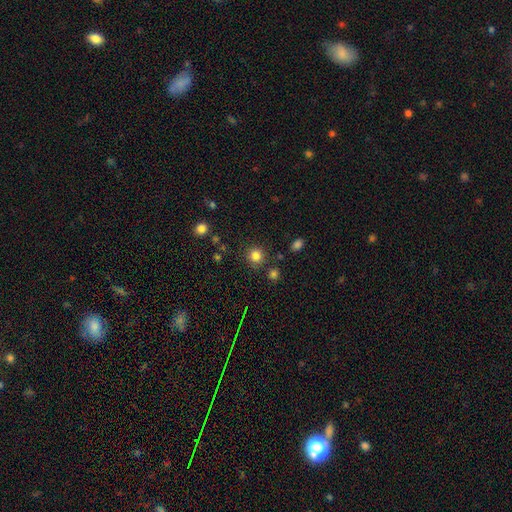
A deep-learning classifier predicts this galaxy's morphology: Q: Smooth or featured?
A: smooth (83%); runner-up: star or artifact (13%)
Q: How rounded?
A: round (92%); runner-up: in between (7%)
Q: Merging?
A: none (85%); runner-up: minor disturbance (8%)